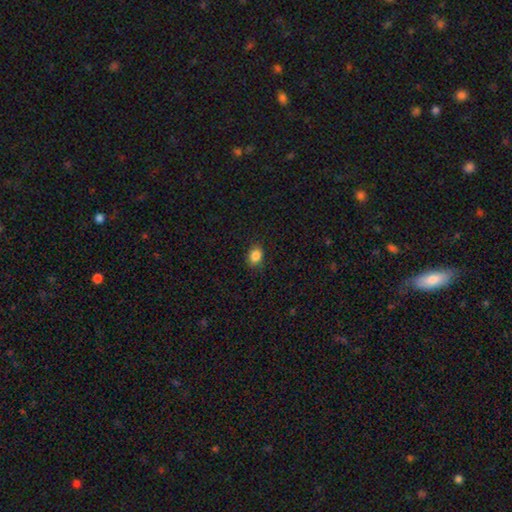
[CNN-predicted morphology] Overall: smooth (85%). How rounded: in between (59%; round 40%). Merging: none (86%).